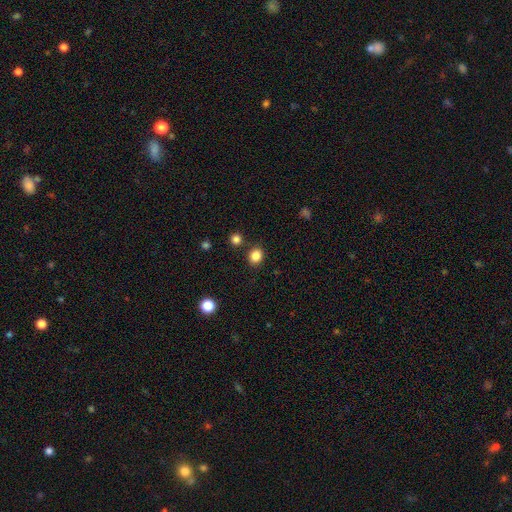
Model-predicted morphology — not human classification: This appears to be a smooth galaxy with no disk features (85%) that is round (65%). Merging: none (84%).